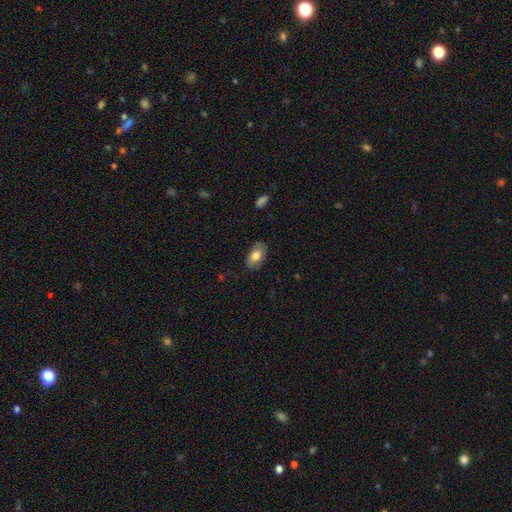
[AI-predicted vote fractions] smooth-or-featured: smooth: 75% | featured or disk: 18% | star or artifact: 7%
  how-rounded: in between: 92% | round: 6% | cigar-shaped: 1%
  merging: none: 82% | minor disturbance: 14% | major disturbance: 3% | merger: 1%